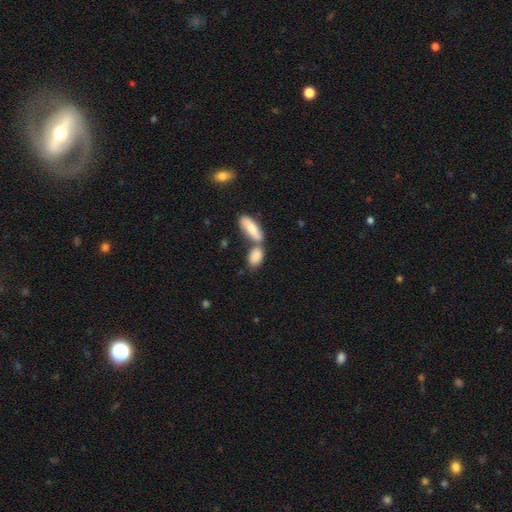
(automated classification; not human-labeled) Overall: smooth (84%). How rounded: in between (83%). Merging: merger (52%; none 34%).